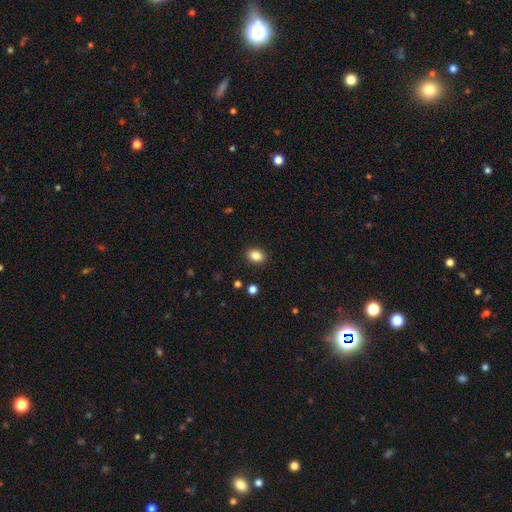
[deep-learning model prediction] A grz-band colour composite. It shows a smooth galaxy with no disk features (85%) that is in between round and cigar-shaped (67%). Merging: none (89%).